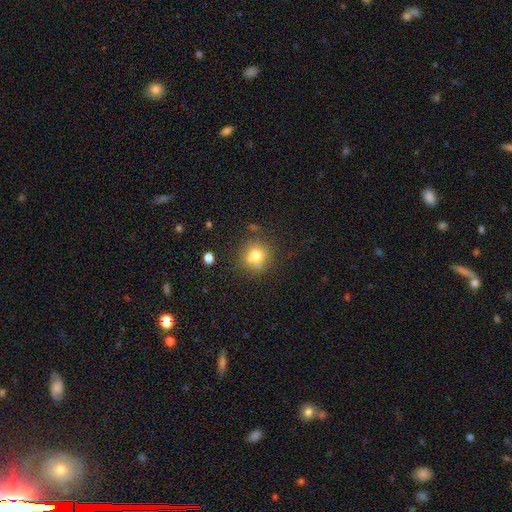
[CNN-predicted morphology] smooth 71%, featured or disk 16%, star or artifact 14%. Down the decision tree: how rounded — round (88%); merging — none (68%).